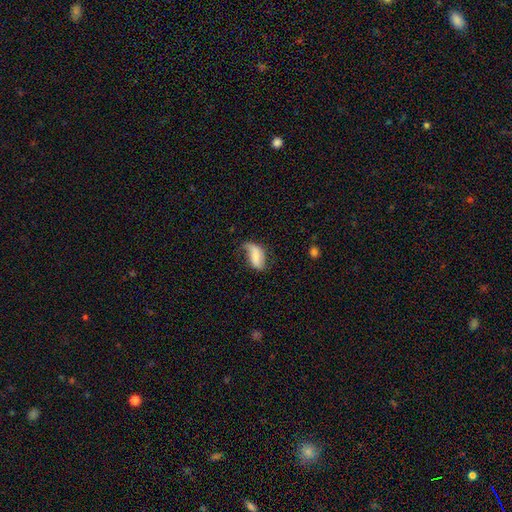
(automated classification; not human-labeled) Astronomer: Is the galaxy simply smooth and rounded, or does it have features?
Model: smooth — 55% (runner-up: featured or disk, 37%).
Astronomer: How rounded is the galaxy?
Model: in between — 89%.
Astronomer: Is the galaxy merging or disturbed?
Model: none — 36%, tied with minor disturbance at 36%.